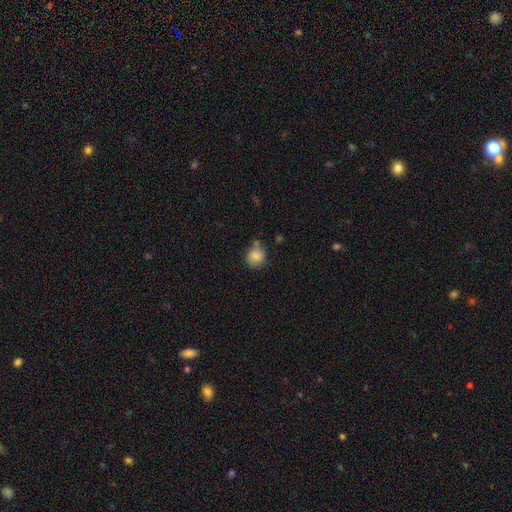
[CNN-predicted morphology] This appears to be a smooth galaxy with no disk features (84%) that is round (81%). Merging: none (65%).